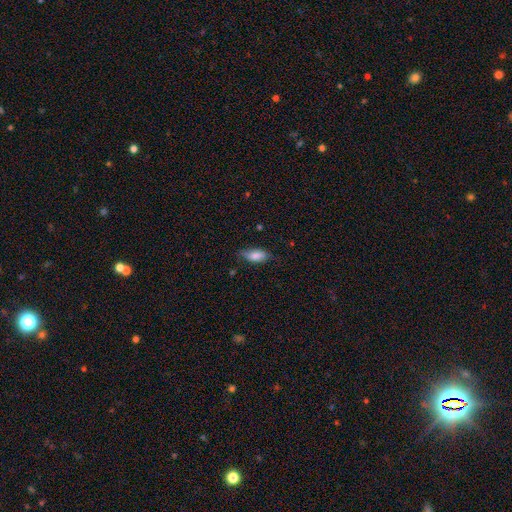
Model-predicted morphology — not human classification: Overall: smooth (81%). How rounded: in between (84%). Merging: none (70%).